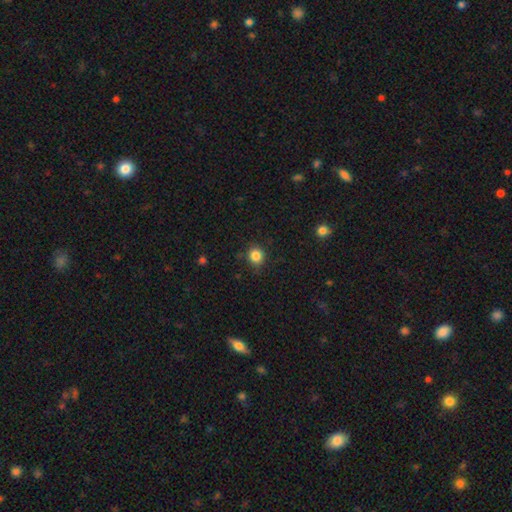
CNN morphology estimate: type=smooth (85%); roundness=round (84%); merging=none (85%).